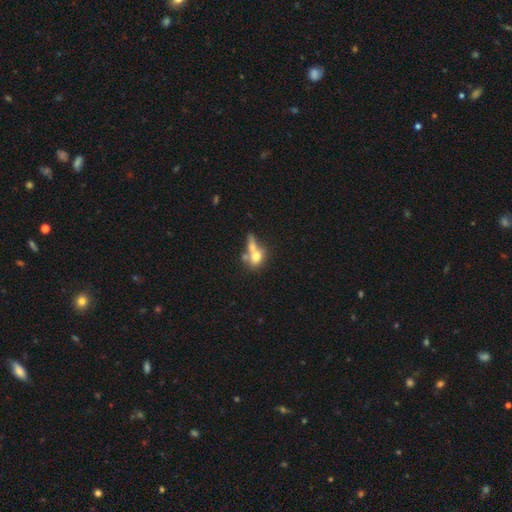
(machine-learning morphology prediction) type=smooth (66%); roundness=in between (52%); merging=merger (55%).